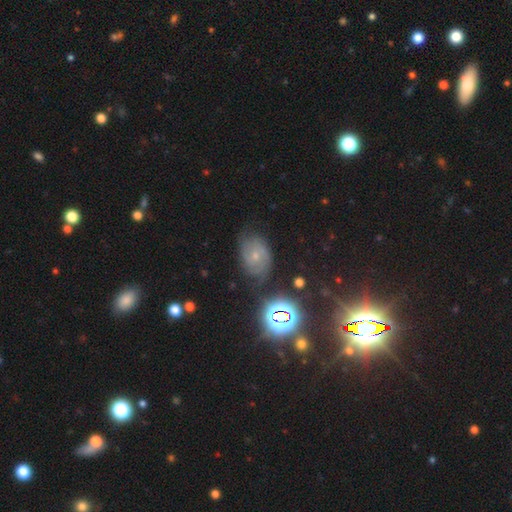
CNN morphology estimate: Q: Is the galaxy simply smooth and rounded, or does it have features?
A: featured or disk — 56%.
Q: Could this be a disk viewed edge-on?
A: no — 96%.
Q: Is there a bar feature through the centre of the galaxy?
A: no — 67%.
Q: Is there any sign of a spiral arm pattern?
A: yes — 87%.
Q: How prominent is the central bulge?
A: small — 66%.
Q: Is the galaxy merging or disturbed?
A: none — 72%.